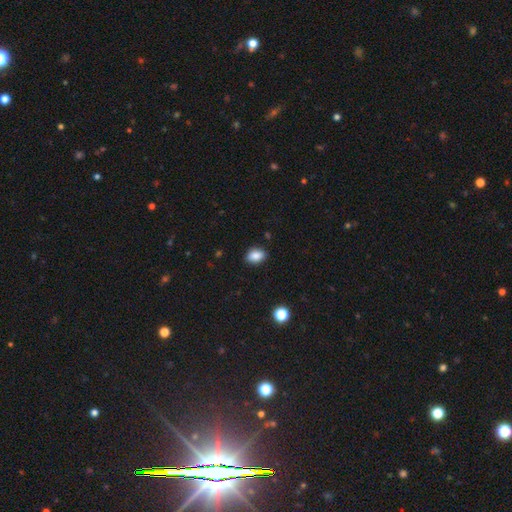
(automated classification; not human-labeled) Overall: smooth (87%). How rounded: in between (79%). Merging: none (87%).